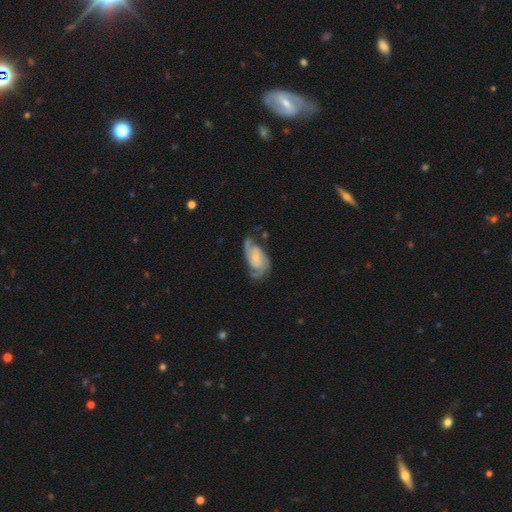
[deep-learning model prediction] Morphology: type=featured or disk (83%); edge-on=no (97%); bar=no (62%); spiral arms=yes (96%); winding=medium (45%); arm count=2 (78%); bulge=small (59%); merging=none (62%).